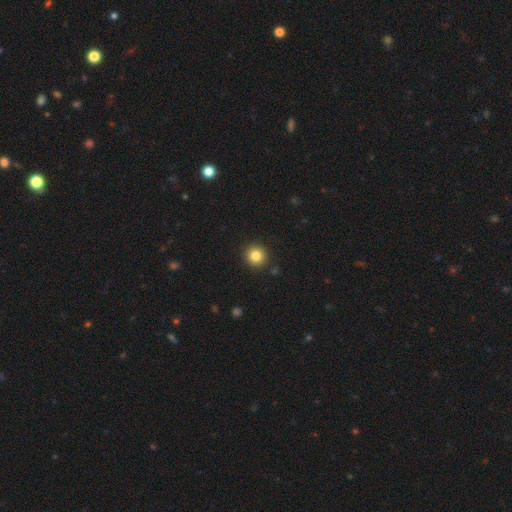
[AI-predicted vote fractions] smooth 83%, star or artifact 11%, featured or disk 6%. Down the decision tree: how rounded — round (95%); merging — none (92%).